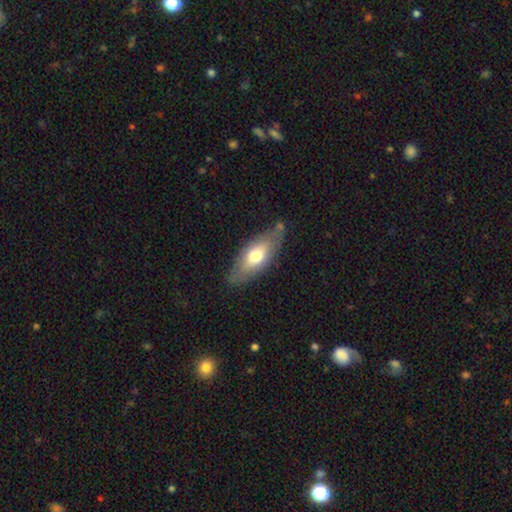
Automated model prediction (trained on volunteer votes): The model was most divided on "smooth or featured": smooth: 60%, featured or disk: 34%, star or artifact: 6%. More confident: merging — none (74%); how rounded — in between (74%).